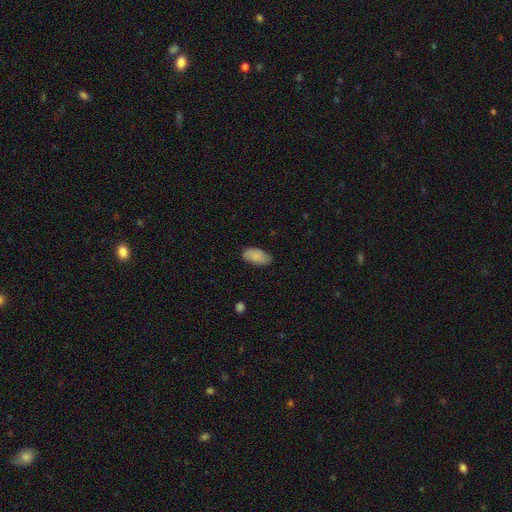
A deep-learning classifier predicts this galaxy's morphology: Smooth or featured: smooth — 83% (featured or disk — 10%)
How rounded: in between — 94% (cigar-shaped — 4%)
Merging: none — 74% (minor disturbance — 21%)